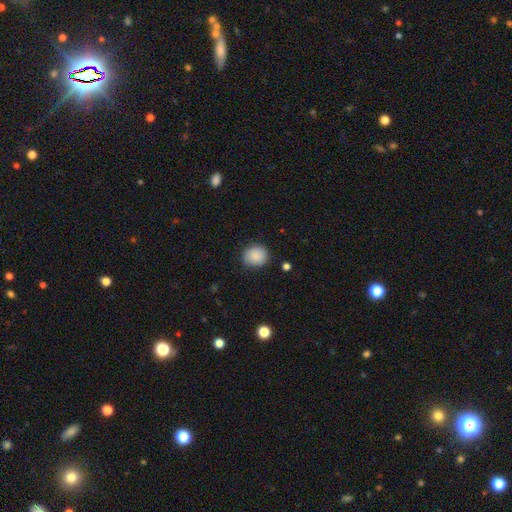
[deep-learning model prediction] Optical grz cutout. It shows a smooth galaxy with no disk features (87%) that is round (79%). Merging: none (82%).